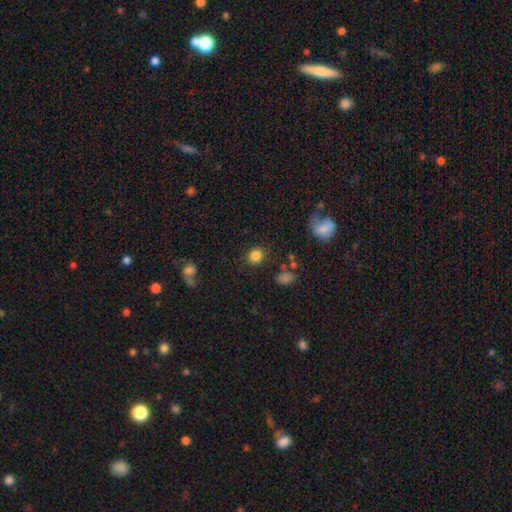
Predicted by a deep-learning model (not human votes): Smooth or featured? Predicted: smooth (p=0.84). How rounded? Predicted: round (p=0.83). Merging? Predicted: none (p=0.85).